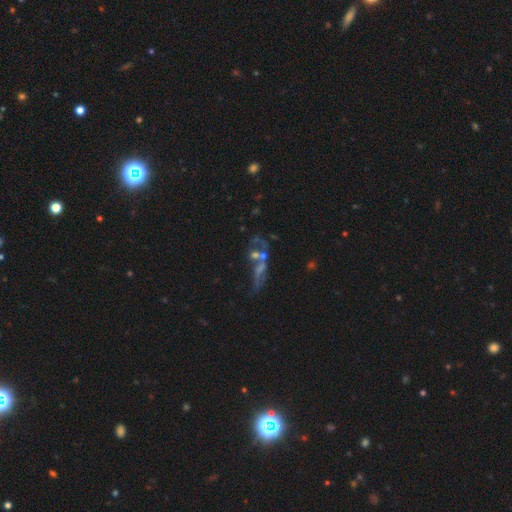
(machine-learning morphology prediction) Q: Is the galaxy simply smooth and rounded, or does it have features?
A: featured or disk — 54%.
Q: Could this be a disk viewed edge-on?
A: no — 86%.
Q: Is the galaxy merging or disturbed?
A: merger — 37%.